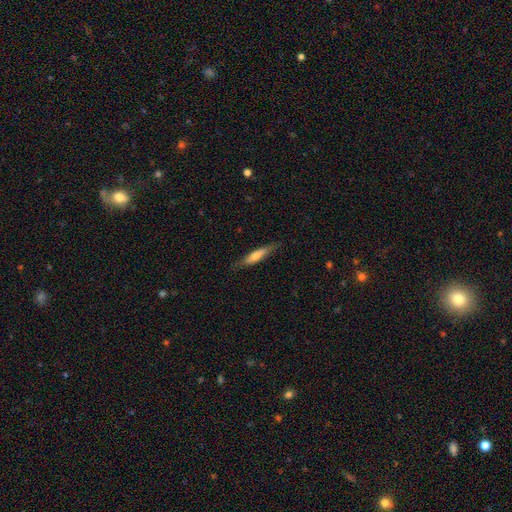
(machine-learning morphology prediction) The model was most divided on "smooth or featured": smooth: 54%, featured or disk: 40%, star or artifact: 6%. More confident: how rounded — cigar-shaped (85%); merging — none (81%).